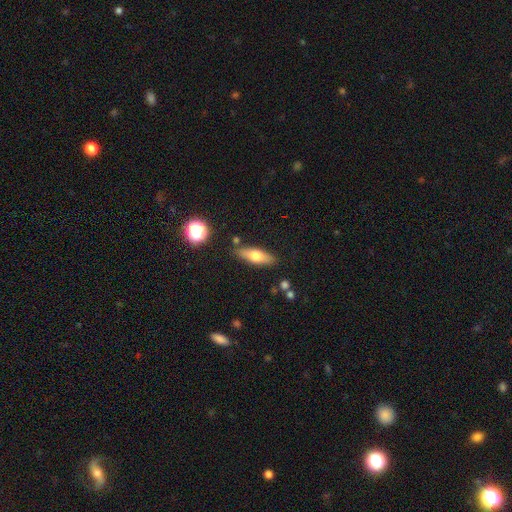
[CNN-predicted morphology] This is possibly a smooth galaxy (59%). How rounded: possibly in between (55%). Merging: clearly none (82%).